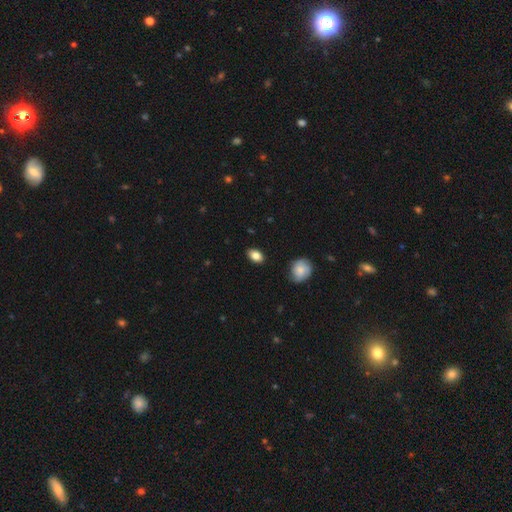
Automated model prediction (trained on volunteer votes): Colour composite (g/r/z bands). It shows a smooth galaxy with no disk features (85%) that is in between round and cigar-shaped (84%). Merging: none (86%).